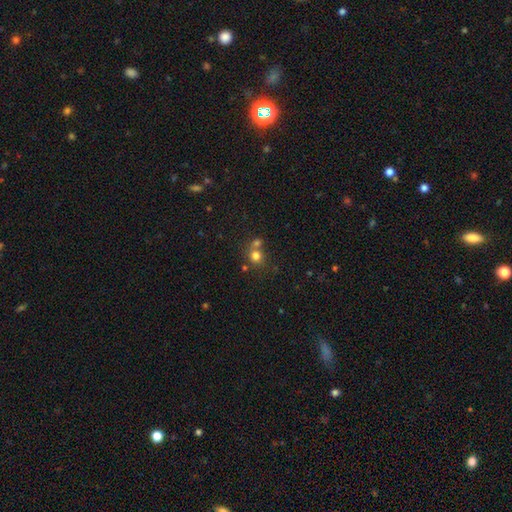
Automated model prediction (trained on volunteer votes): Smooth or featured: smooth — 75% (star or artifact — 16%)
How rounded: round — 86% (in between — 13%)
Merging: none — 52% (merger — 38%)